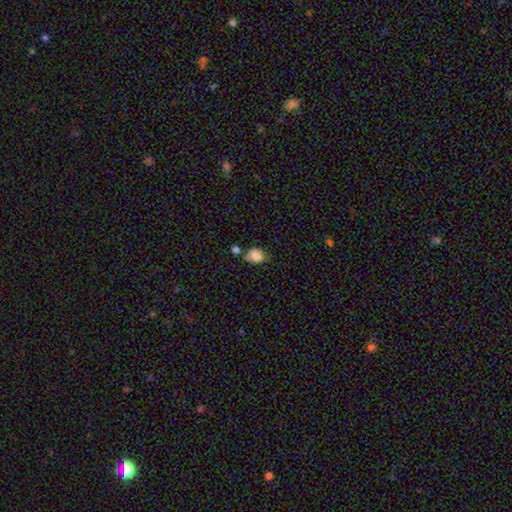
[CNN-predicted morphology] A smooth galaxy with no disk features (83%) that is in between round and cigar-shaped (67%).

Vote fractions:
- Smooth or featured? smooth: 83% / star or artifact: 9% / featured or disk: 8%
- How rounded? in between: 67% / round: 32% / cigar-shaped: 1%
- Merging? none: 44% / minor disturbance: 25% / merger: 23% / major disturbance: 8%